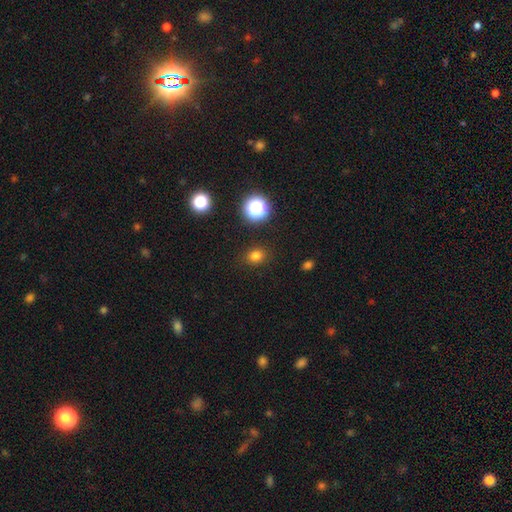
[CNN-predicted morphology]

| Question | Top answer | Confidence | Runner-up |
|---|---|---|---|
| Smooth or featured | smooth | 78% | star or artifact (17%) |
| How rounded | round | 66% | in between (33%) |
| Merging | none | 88% | minor disturbance (8%) |